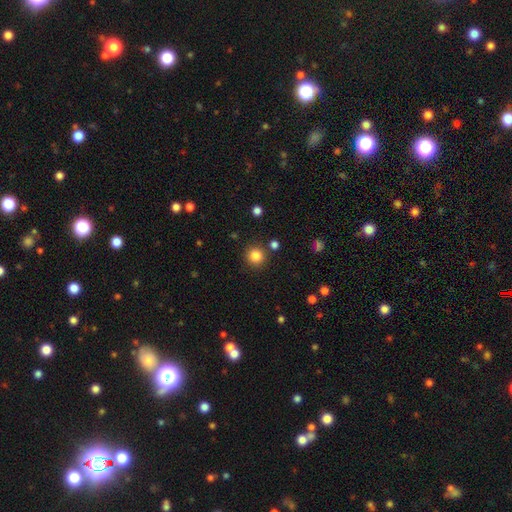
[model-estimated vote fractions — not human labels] A smooth galaxy with no disk features (84%) that is round (94%). Merging: none (88%).